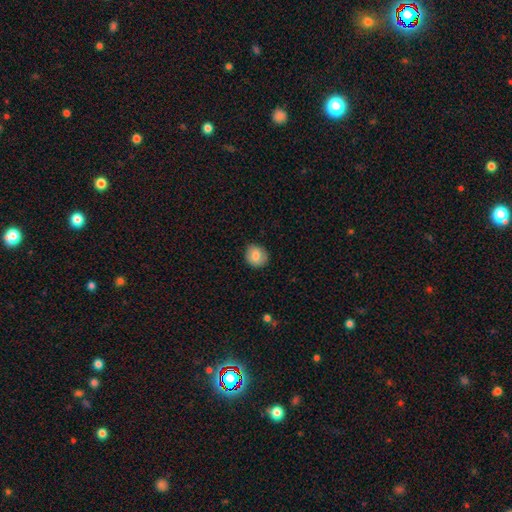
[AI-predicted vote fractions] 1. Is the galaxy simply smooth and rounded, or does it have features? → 83% smooth, 9% featured or disk, 8% star or artifact.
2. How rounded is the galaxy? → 81% round, 18% in between, 1% cigar-shaped.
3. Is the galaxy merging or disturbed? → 86% none, 11% minor disturbance, 2% major disturbance, 1% merger.